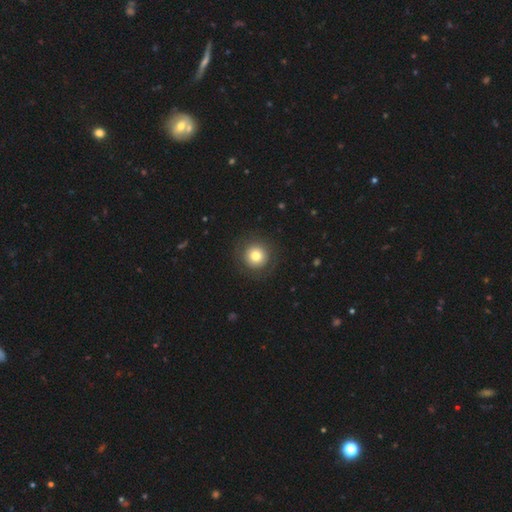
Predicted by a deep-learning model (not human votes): Overall: smooth (76%). How rounded: round (95%). Merging: none (87%).